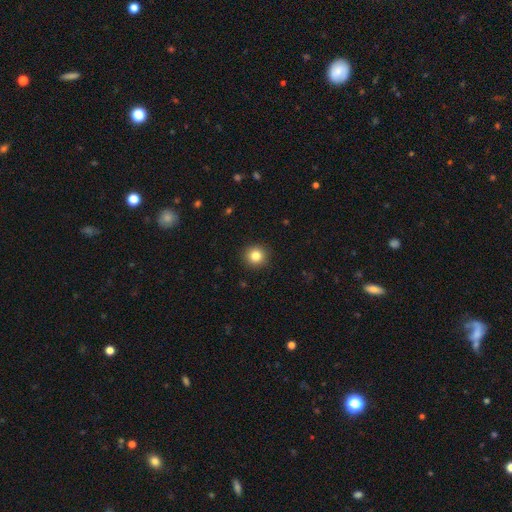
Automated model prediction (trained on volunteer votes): This appears to be a smooth galaxy with no disk features (83%) that is round (94%). Merging: none (92%).